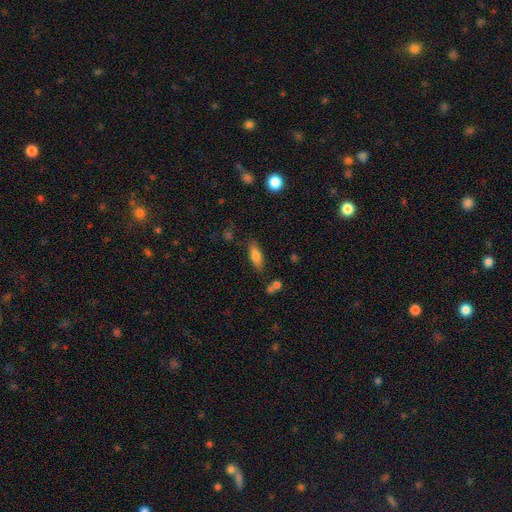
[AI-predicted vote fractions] A smooth galaxy with no disk features (76%) that is in between round and cigar-shaped (68%).

Vote fractions:
- Smooth or featured? smooth: 76% / featured or disk: 16% / star or artifact: 8%
- How rounded? in between: 68% / cigar-shaped: 29% / round: 2%
- Merging? none: 77% / minor disturbance: 14% / merger: 5% / major disturbance: 4%